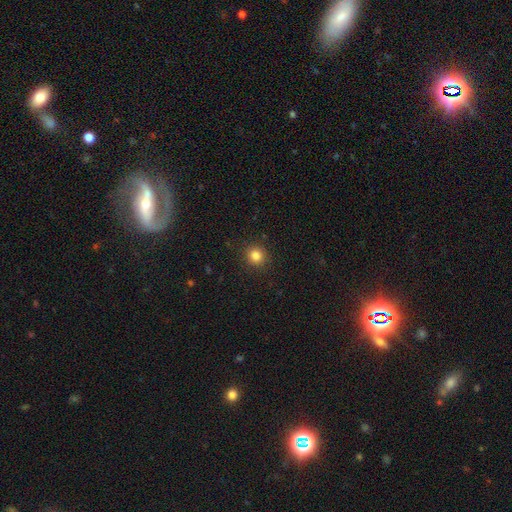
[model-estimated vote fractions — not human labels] Smooth or featured? smooth (83%)
How rounded? round (91%)
Merging? none (91%)